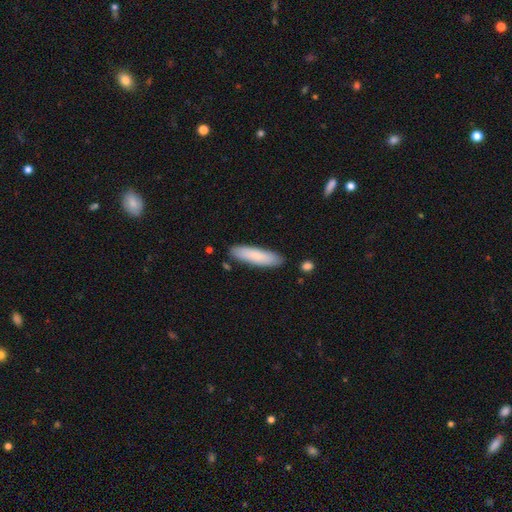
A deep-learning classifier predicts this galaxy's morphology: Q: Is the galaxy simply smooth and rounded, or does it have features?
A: smooth — 83%.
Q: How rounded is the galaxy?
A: cigar-shaped — 70%.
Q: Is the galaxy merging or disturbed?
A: none — 86%.